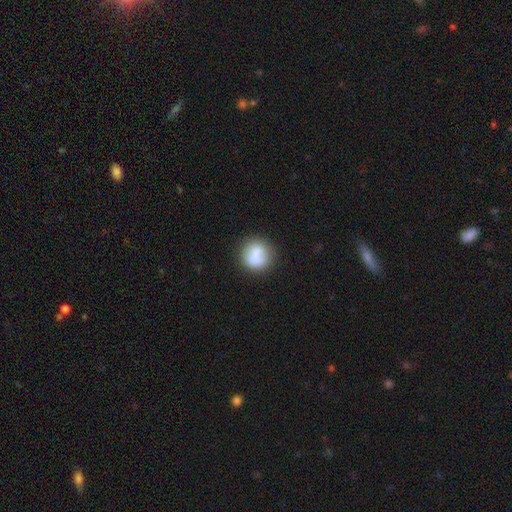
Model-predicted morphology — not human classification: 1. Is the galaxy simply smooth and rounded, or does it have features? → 75% smooth, 16% featured or disk, 8% star or artifact.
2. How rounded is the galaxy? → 85% round, 13% in between, 1% cigar-shaped.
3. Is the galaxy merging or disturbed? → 70% none, 17% minor disturbance, 7% major disturbance, 6% merger.